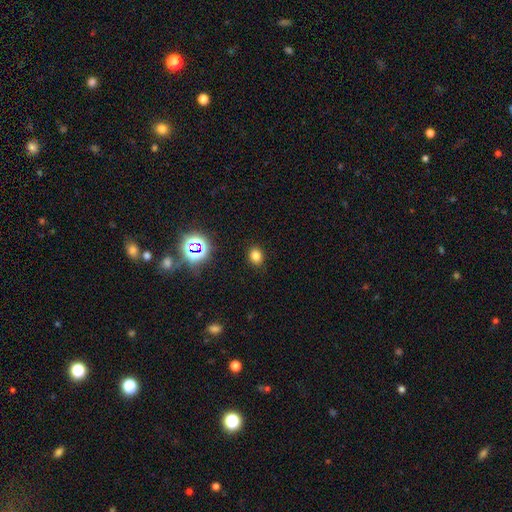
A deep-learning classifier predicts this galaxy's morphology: This appears to be a smooth galaxy with no disk features (76%) that is in between round and cigar-shaped (52%). Merging: none (88%).